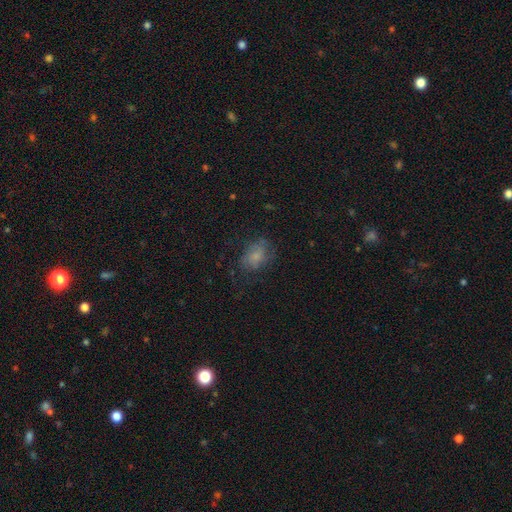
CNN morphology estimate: smooth-or-featured: smooth: 68% | featured or disk: 19% | star or artifact: 13%
  how-rounded: in between: 78% | round: 20% | cigar-shaped: 2%
  merging: none: 57% | minor disturbance: 24% | major disturbance: 18% | merger: 2%